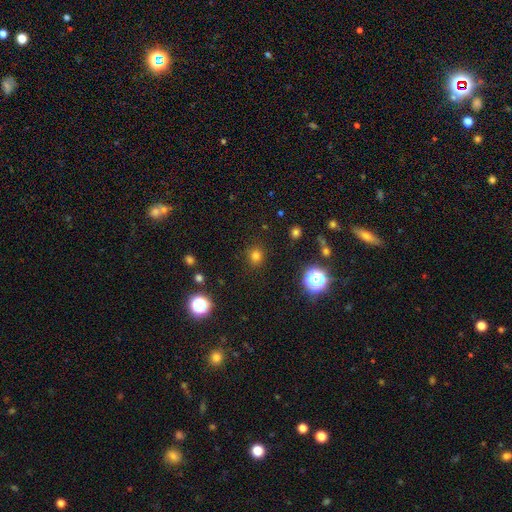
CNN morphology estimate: smooth_or_featured: smooth (p=0.75) [alt: star or artifact p=0.20]
how_rounded: round (p=0.85) [alt: in between p=0.14]
merging: none (p=0.88) [alt: minor disturbance p=0.08]